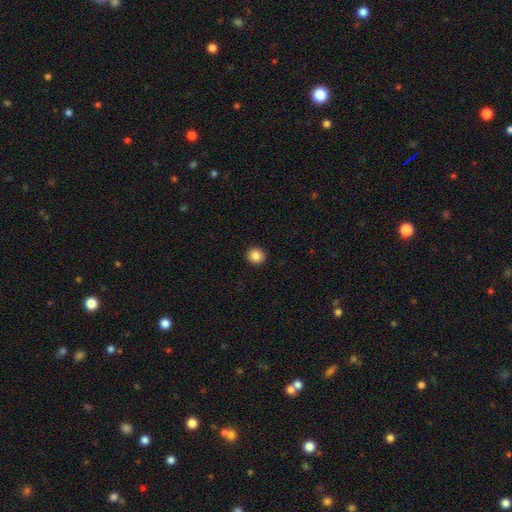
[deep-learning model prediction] A smooth galaxy with no disk features (86%) that is round (91%).

Vote fractions:
- Smooth or featured? smooth: 86% / star or artifact: 10% / featured or disk: 5%
- How rounded? round: 91% / in between: 9% / cigar-shaped: 1%
- Merging? none: 93% / minor disturbance: 5% / major disturbance: 2% / merger: 1%